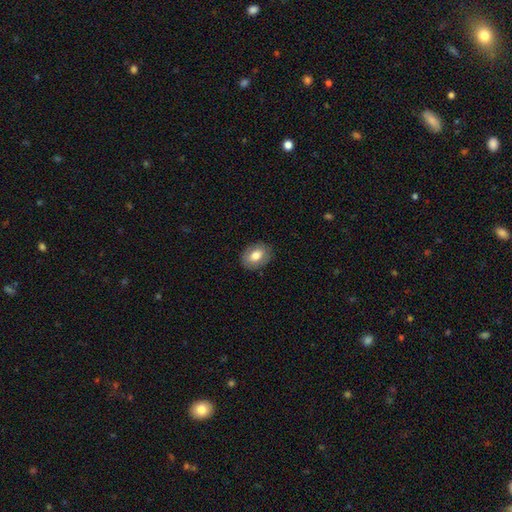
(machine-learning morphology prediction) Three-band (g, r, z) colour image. It shows a smooth galaxy with no disk features (74%) that is in between round and cigar-shaped (75%). Merging: none (85%).